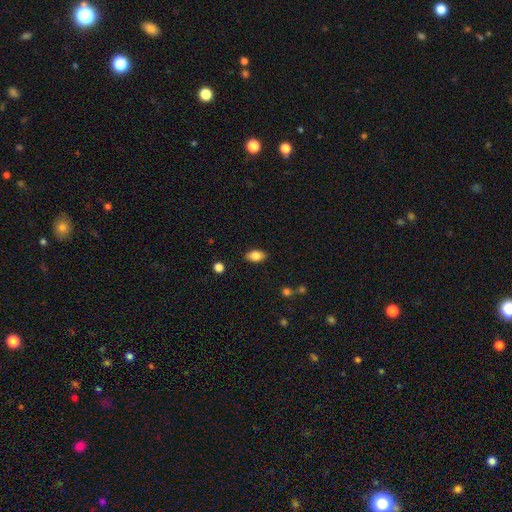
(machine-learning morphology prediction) smooth-or-featured: smooth: 82% | featured or disk: 10% | star or artifact: 8%
  how-rounded: in between: 91% | round: 6% | cigar-shaped: 3%
  merging: none: 87% | minor disturbance: 9% | major disturbance: 2% | merger: 1%